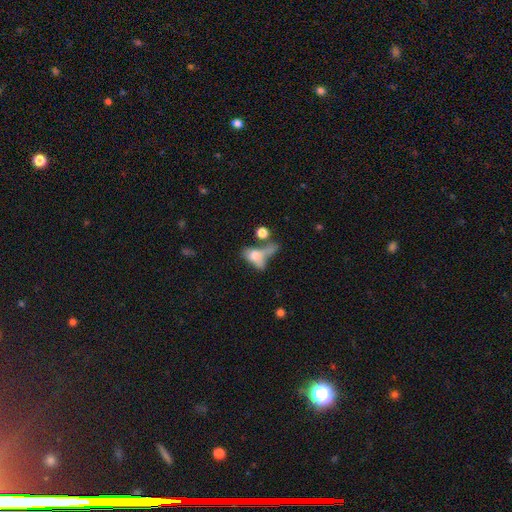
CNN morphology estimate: Smooth or featured: smooth — 61% (featured or disk — 27%)
How rounded: in between — 72% (round — 16%)
Merging: merger — 38% (major disturbance — 28%)